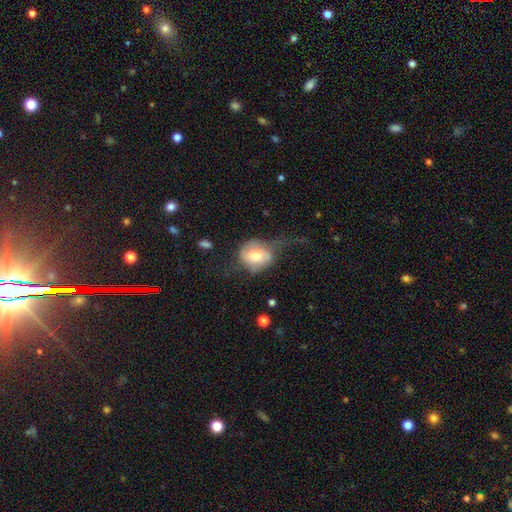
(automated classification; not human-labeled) smooth_or_featured: smooth (p=0.54) [alt: featured or disk p=0.39]
how_rounded: round (p=0.57) [alt: in between p=0.42]
merging: major disturbance (p=0.38) [alt: none p=0.31]